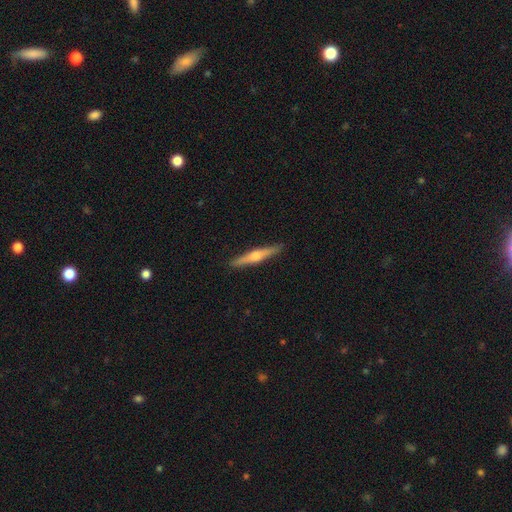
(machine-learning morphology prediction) A featured or disk galaxy (61%) viewed edge-on (97%) with a rounded central bulge (88%).

Vote fractions:
- Smooth or featured? featured or disk: 61% / smooth: 33% / star or artifact: 5%
- Edge-on disk? yes: 97% / no: 3%
- Edge-on bulge? rounded: 88% / none: 6% / boxy: 5%
- Merging? none: 91% / minor disturbance: 6% / major disturbance: 1% / merger: 1%